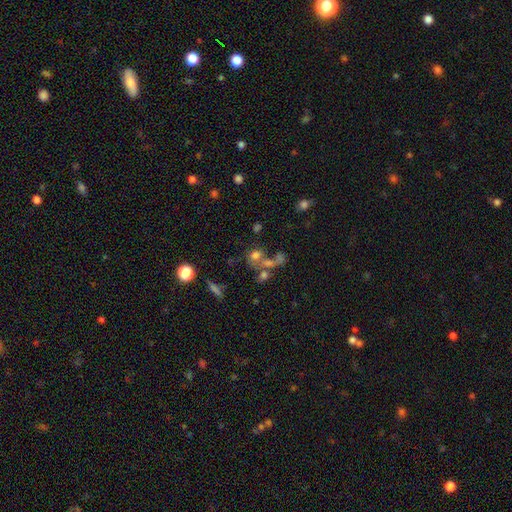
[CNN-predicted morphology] type=smooth (58%); roundness=round (56%); merging=merger (46%).